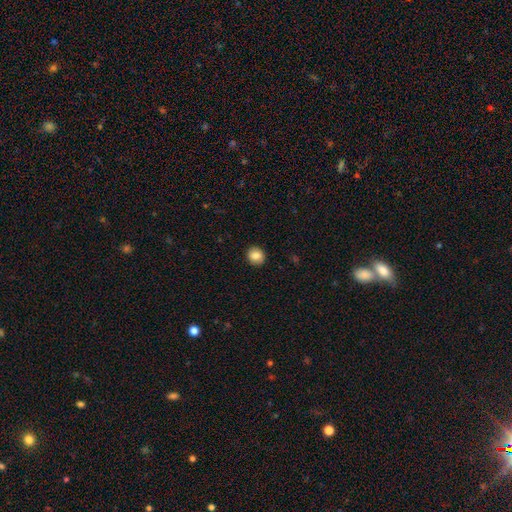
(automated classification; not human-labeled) Smooth or featured? smooth (85%)
How rounded? round (85%)
Merging? none (92%)